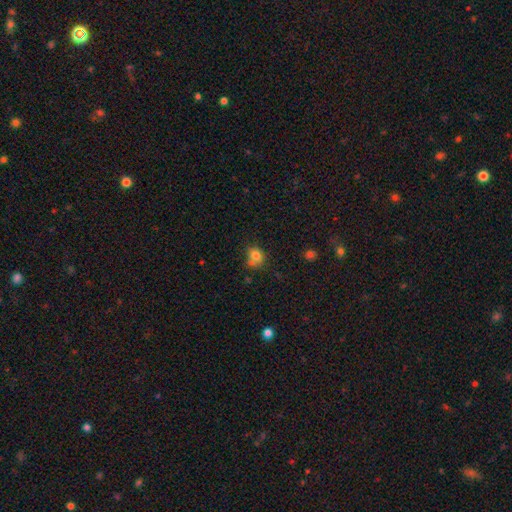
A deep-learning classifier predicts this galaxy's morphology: smooth 79%, star or artifact 12%, featured or disk 9%. Down the decision tree: how rounded — round (62%); merging — none (54%).